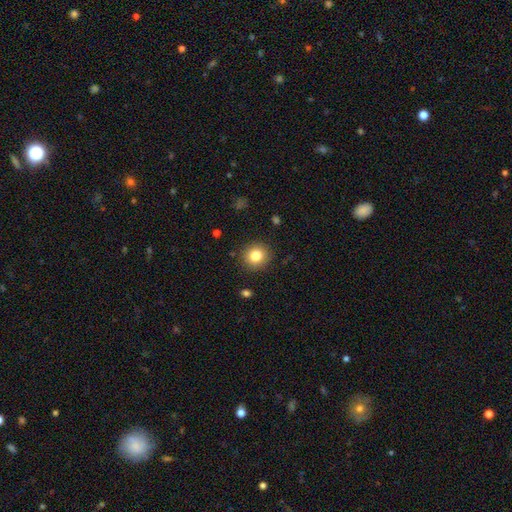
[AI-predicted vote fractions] Overall: smooth (82%). How rounded: round (91%). Merging: none (90%).